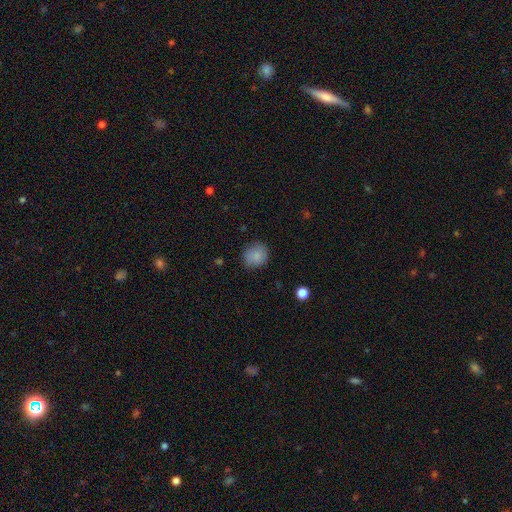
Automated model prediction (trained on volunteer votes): Smooth or featured? smooth (85%)
How rounded? round (78%)
Merging? none (79%)